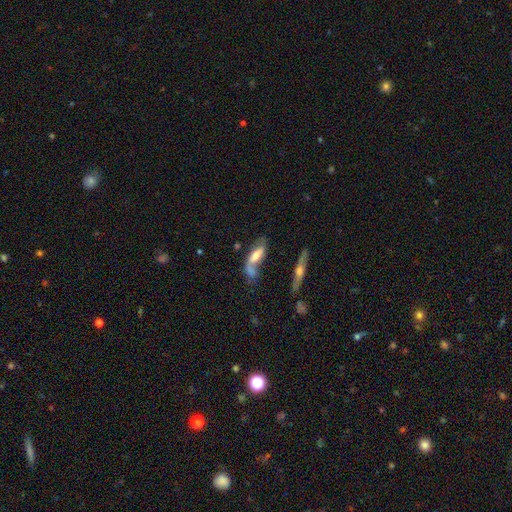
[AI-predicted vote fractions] Q: Smooth or featured?
A: featured or disk (48%); runner-up: smooth (44%)
Q: Merging?
A: none (35%); runner-up: merger (29%)